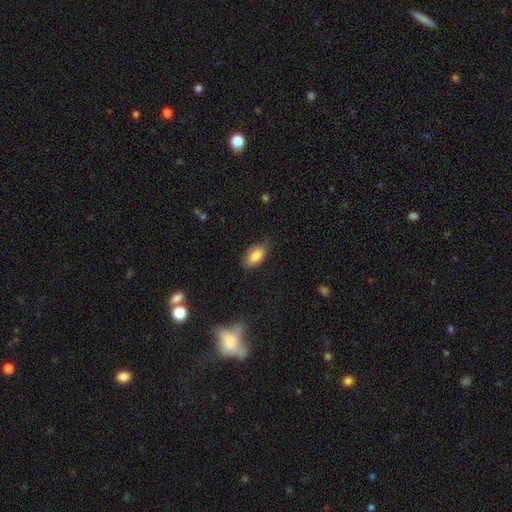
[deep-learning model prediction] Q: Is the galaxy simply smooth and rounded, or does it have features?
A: smooth — 83%.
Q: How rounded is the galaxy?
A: in between — 92%.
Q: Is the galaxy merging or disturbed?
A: none — 73%.